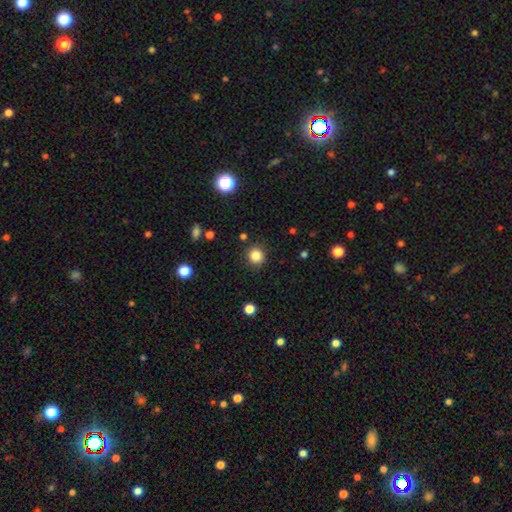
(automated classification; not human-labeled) This is clearly a smooth galaxy (84%). How rounded: clearly round (91%). Merging: clearly none (89%).